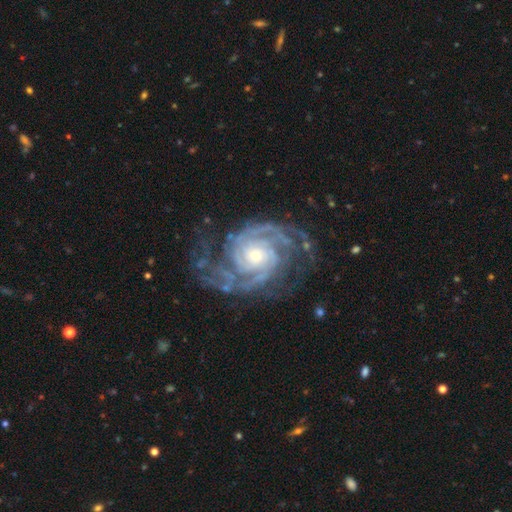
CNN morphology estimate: Smooth or featured: featured or disk — 92% (star or artifact — 5%)
Edge-on disk: no — 98% (yes — 2%)
Bar: no — 70% (weak — 22%)
Spiral arms: yes — 98% (no — 2%)
Spiral winding: tight — 64% (medium — 31%)
Spiral arm count: 2 — 30% (3 — 20%)
Bulge size: small — 58% (moderate — 35%)
Merging: none — 67% (minor disturbance — 18%)